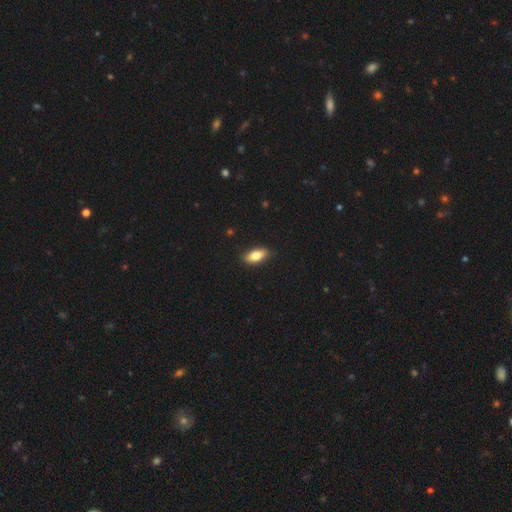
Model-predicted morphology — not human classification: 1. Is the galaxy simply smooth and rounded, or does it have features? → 79% smooth, 15% featured or disk, 7% star or artifact.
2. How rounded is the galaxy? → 83% in between, 14% cigar-shaped, 3% round.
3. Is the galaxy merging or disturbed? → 85% none, 12% minor disturbance, 2% major disturbance, 1% merger.